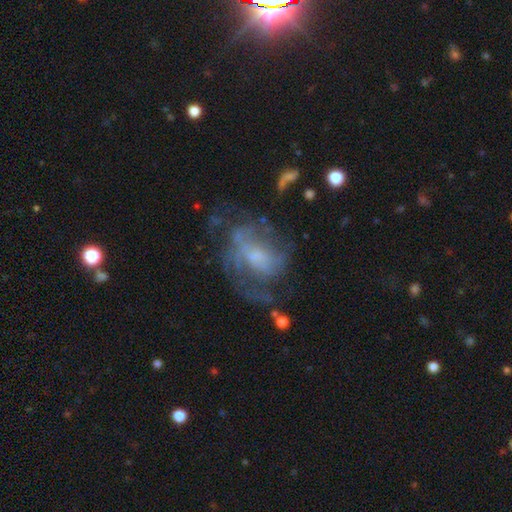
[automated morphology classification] Smooth or featured?
  - featured or disk: 70% *
  - smooth: 19%
  - star or artifact: 11%
Edge-on disk?
  - no: 97% *
  - yes: 3%
Bar?
  - no: 59% *
  - weak: 34%
  - strong: 7%
Spiral arms?
  - yes: 69% *
  - no: 31%
Bulge size?
  - small: 39% *
  - moderate: 32%
  - none: 21%
  - large: 7%
  - dominant: 2%
Merging?
  - none: 45% *
  - major disturbance: 31%
  - minor disturbance: 20%
  - merger: 4%